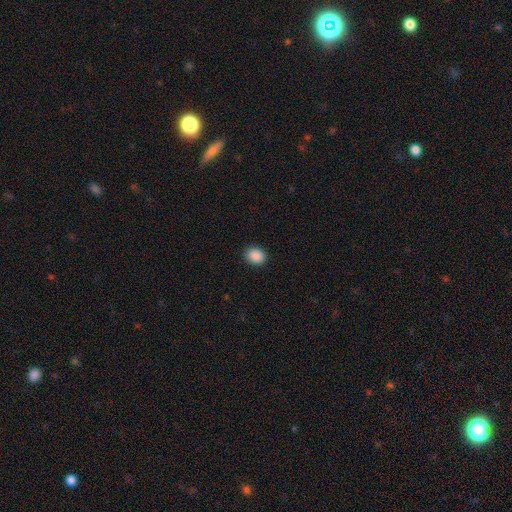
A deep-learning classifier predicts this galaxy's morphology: A smooth galaxy with no disk features (89%) that is in between round and cigar-shaped (50%). Merging: none (90%).